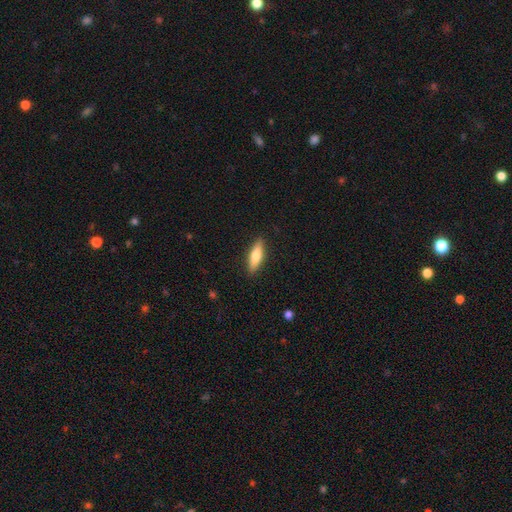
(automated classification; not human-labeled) This appears to be a smooth galaxy with no disk features (70%) that is cigar-shaped (57%). Merging: none (89%).